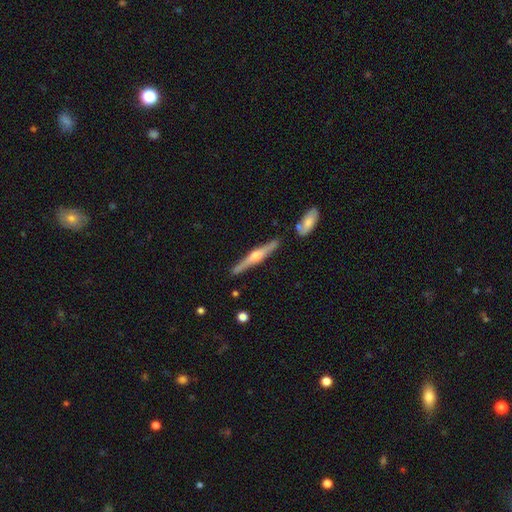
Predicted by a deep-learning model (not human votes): smooth-or-featured: featured or disk: 73% | smooth: 22% | star or artifact: 5%
  disk-edge-on: yes: 97% | no: 3%
    edge-on-bulge: rounded: 89% | boxy: 7% | none: 4%
  merging: none: 87% | minor disturbance: 8% | merger: 3% | major disturbance: 2%